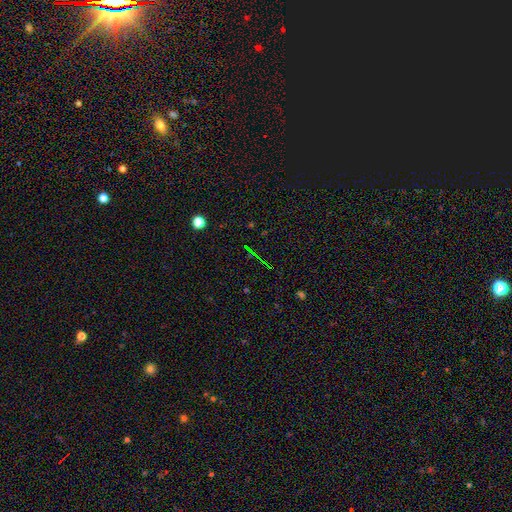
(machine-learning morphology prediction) Smooth or featured? Predicted: star or artifact (p=0.73).